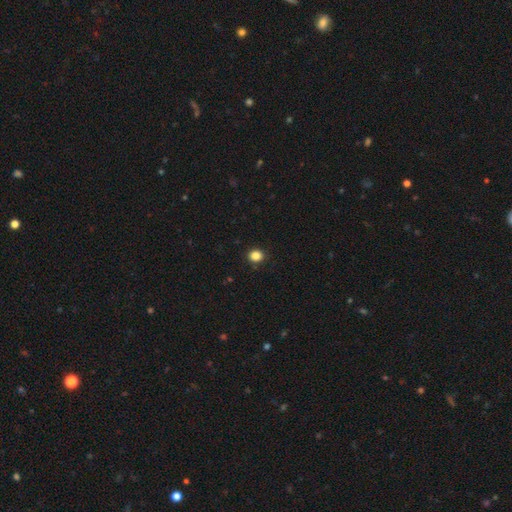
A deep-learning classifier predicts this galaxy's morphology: Q: Smooth or featured?
A: smooth (86%); runner-up: star or artifact (11%)
Q: How rounded?
A: round (67%); runner-up: in between (32%)
Q: Merging?
A: none (90%); runner-up: minor disturbance (7%)